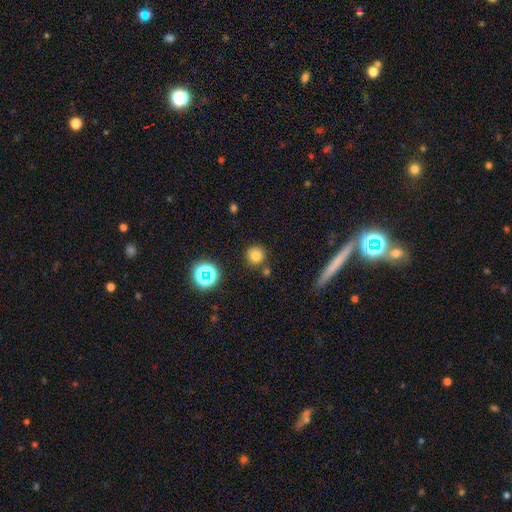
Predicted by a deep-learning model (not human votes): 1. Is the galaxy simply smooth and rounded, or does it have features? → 76% smooth, 17% star or artifact, 7% featured or disk.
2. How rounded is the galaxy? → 93% round, 6% in between, 1% cigar-shaped.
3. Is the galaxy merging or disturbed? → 80% none, 10% minor disturbance, 7% merger, 3% major disturbance.